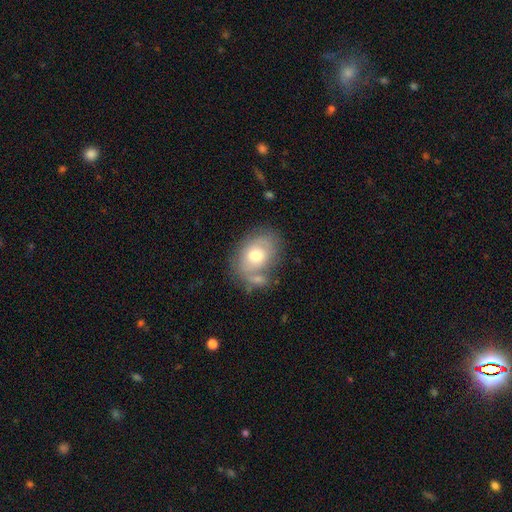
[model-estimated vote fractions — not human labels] Smooth or featured? smooth (60%)
How rounded? in between (64%)
Merging? none (50%)